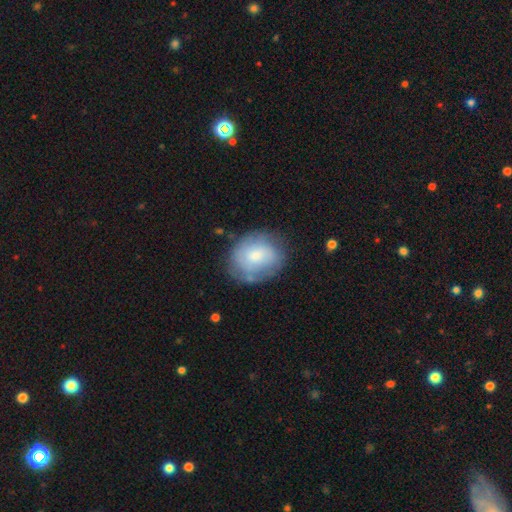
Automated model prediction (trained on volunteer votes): Overall: smooth (60%; featured or disk 33%). How rounded: round (56%; in between 44%). Merging: none (66%).